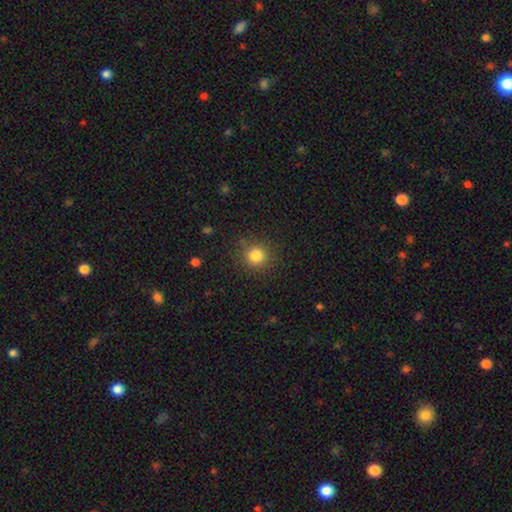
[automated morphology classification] type=smooth (82%); roundness=round (92%); merging=none (87%).